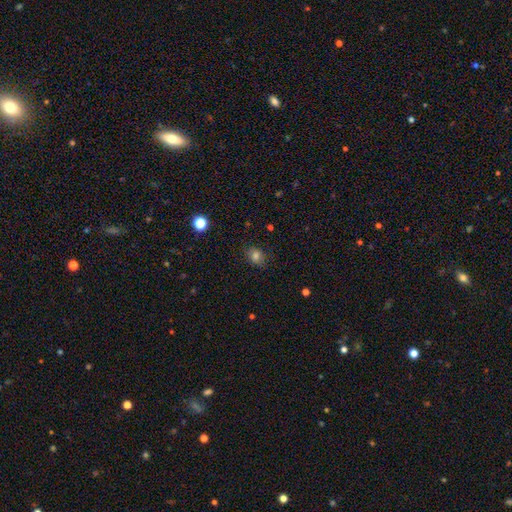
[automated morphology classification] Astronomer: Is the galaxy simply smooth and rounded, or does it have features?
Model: smooth — 76%.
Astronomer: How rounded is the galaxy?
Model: in between — 55% (runner-up: round, 43%).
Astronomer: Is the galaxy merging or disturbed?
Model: none — 78%.